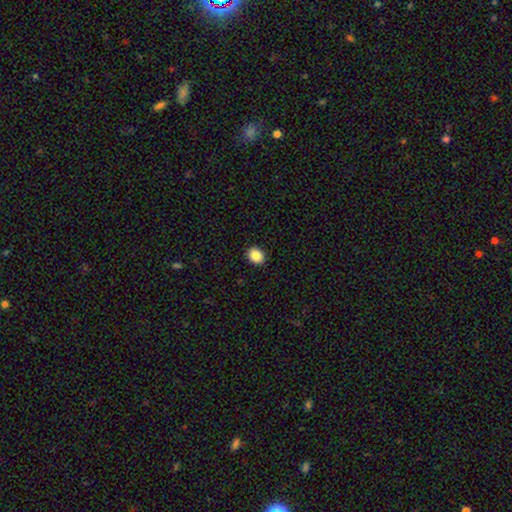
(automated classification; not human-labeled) smooth_or_featured: smooth (p=0.87) [alt: star or artifact p=0.09]
how_rounded: round (p=0.53) [alt: in between p=0.46]
merging: none (p=0.92) [alt: minor disturbance p=0.06]